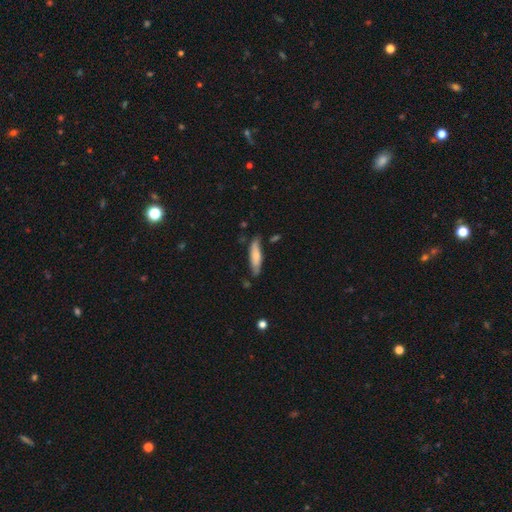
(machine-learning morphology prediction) Smooth or featured? Predicted: smooth (p=0.71). How rounded? Predicted: cigar-shaped (p=0.75). Merging? Predicted: none (p=0.73).